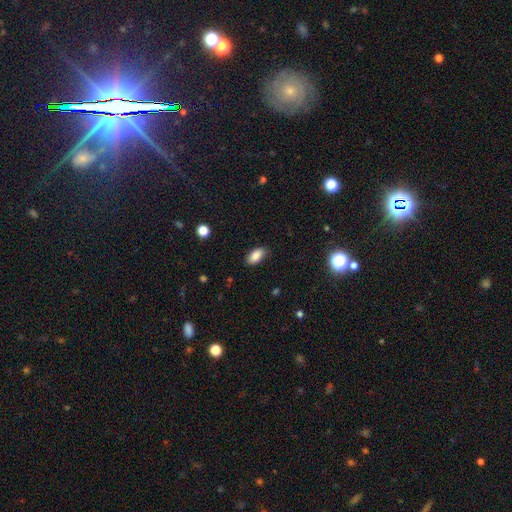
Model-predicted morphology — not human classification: A smooth galaxy with no disk features (87%) that is in between round and cigar-shaped (92%). Merging: none (83%).